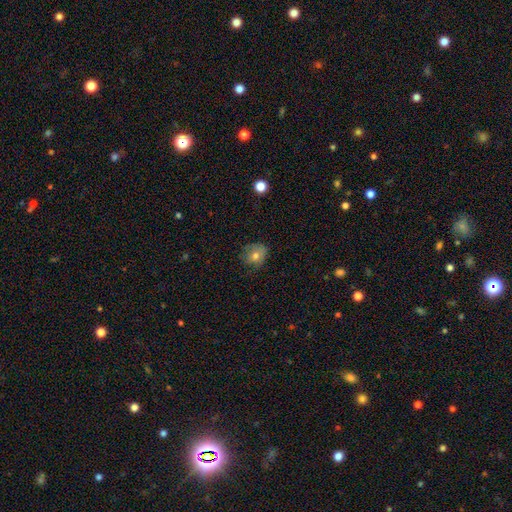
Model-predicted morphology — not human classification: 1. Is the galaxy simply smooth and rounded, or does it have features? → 70% smooth, 19% featured or disk, 11% star or artifact.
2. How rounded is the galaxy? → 71% round, 28% in between, 1% cigar-shaped.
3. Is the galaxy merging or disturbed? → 63% none, 26% minor disturbance, 9% major disturbance, 1% merger.